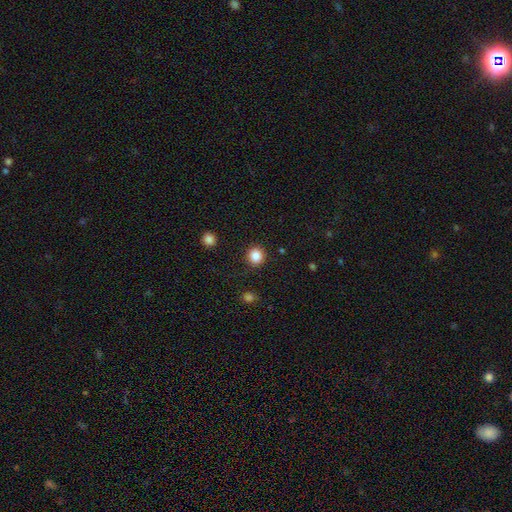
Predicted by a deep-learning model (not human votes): Q: Smooth or featured?
A: smooth (86%); runner-up: star or artifact (10%)
Q: How rounded?
A: round (90%); runner-up: in between (10%)
Q: Merging?
A: none (90%); runner-up: minor disturbance (6%)